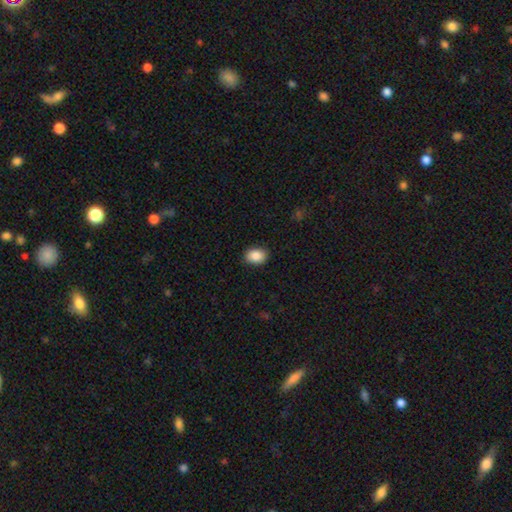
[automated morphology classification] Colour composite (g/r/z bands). It shows a smooth galaxy with no disk features (89%) that is in between round and cigar-shaped (74%). Merging: none (88%).